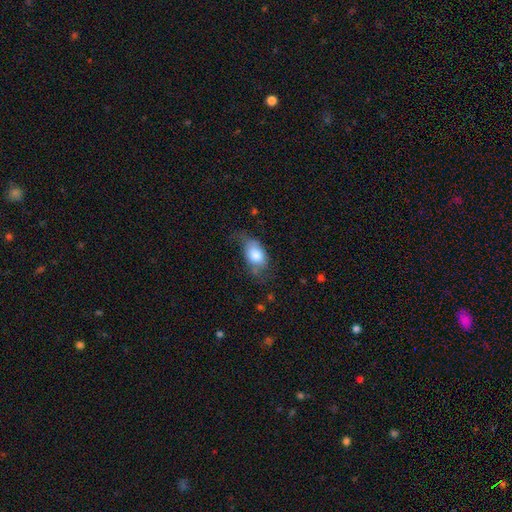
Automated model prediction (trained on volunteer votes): This appears to be a smooth galaxy with no disk features (75%) that is in between round and cigar-shaped (86%). Merging: none (41%).